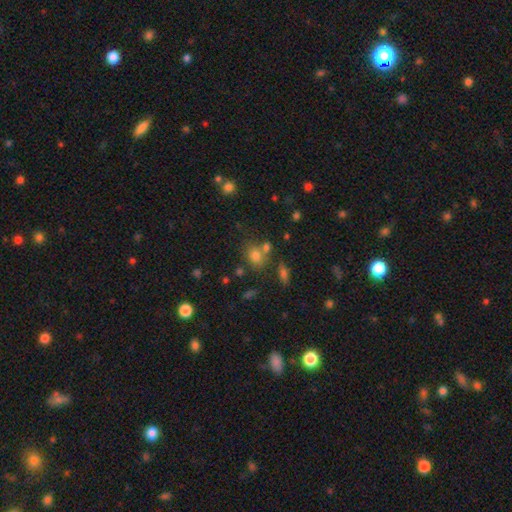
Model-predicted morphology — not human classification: smooth 74%, star or artifact 16%, featured or disk 10%. Down the decision tree: how rounded — round (60%); merging — none (56%).